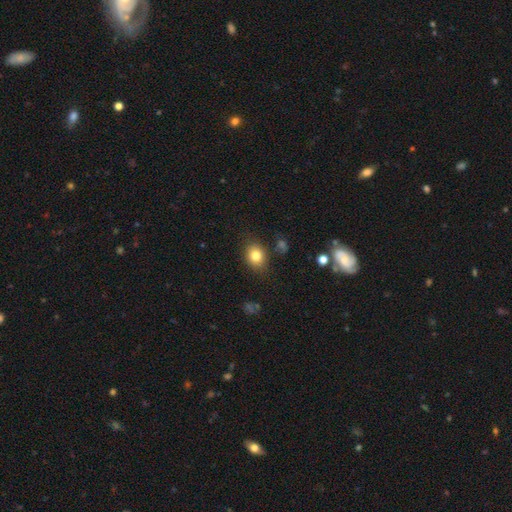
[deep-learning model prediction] Smooth or featured? smooth (81%)
How rounded? in between (52%)
Merging? none (81%)